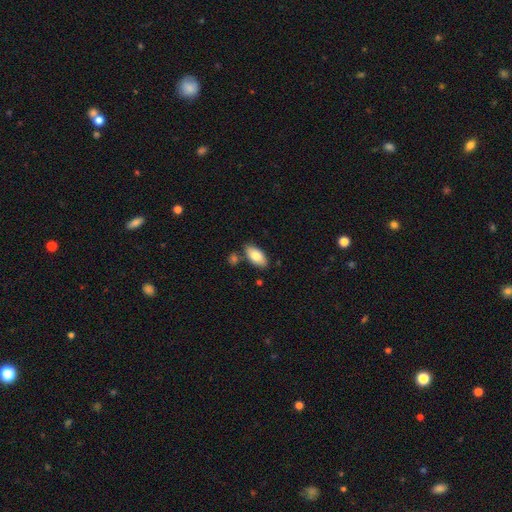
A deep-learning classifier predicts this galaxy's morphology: Smooth or featured?
  - smooth: 81% *
  - featured or disk: 13%
  - star or artifact: 6%
How rounded?
  - in between: 93% *
  - cigar-shaped: 4%
  - round: 3%
Merging?
  - none: 78% *
  - minor disturbance: 12%
  - merger: 7%
  - major disturbance: 3%